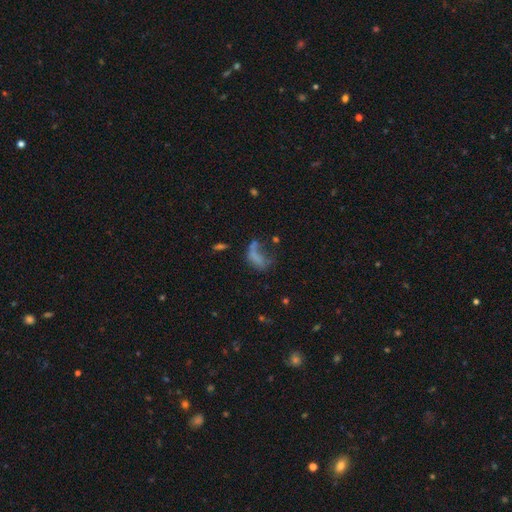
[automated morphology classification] This is possibly a smooth galaxy (52%). How rounded: likely in between (78%). Merging: marginally major disturbance (44%).